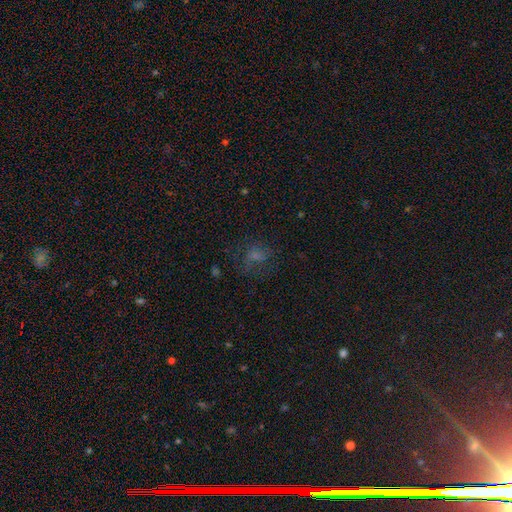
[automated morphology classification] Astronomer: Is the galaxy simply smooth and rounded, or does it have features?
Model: smooth — 52%.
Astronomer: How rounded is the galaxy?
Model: round — 56% (runner-up: in between, 42%).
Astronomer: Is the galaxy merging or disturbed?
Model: none — 53%.